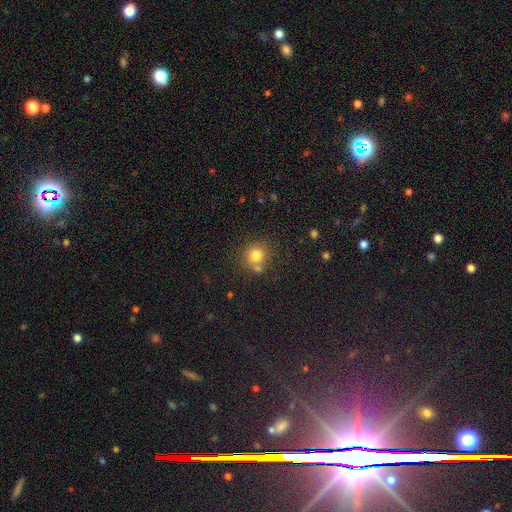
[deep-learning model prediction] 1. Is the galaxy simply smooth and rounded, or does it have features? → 78% smooth, 13% star or artifact, 9% featured or disk.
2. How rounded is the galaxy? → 86% round, 13% in between, 1% cigar-shaped.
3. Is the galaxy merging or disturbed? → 64% none, 22% merger, 11% minor disturbance, 4% major disturbance.